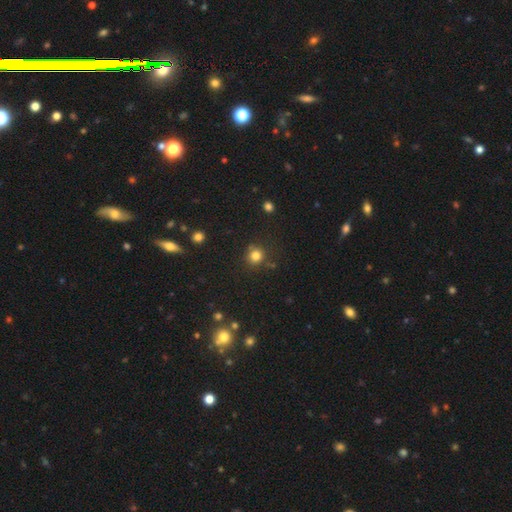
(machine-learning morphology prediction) smooth 80%, star or artifact 14%, featured or disk 6%. Down the decision tree: how rounded — round (90%); merging — none (80%).